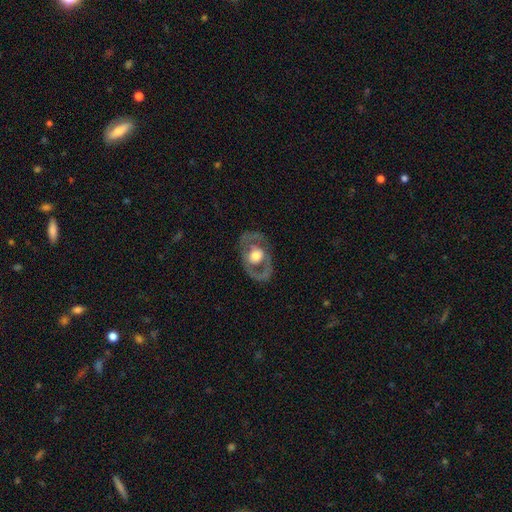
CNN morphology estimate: Smooth or featured? Predicted: featured or disk (p=0.66). Edge-on disk? Predicted: no (p=0.93). Bar? Predicted: no (p=0.78). Spiral arms? Predicted: no (p=0.64). Bulge size? Predicted: moderate (p=0.46). Merging? Predicted: none (p=0.71).